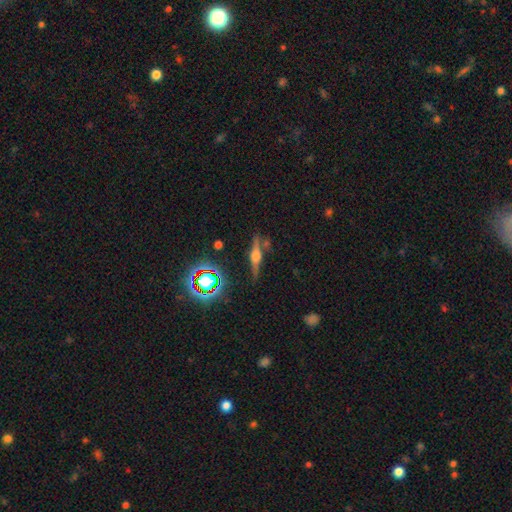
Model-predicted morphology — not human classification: smooth-or-featured: featured or disk: 67% | smooth: 20% | star or artifact: 13%
  disk-edge-on: yes: 94% | no: 6%
    edge-on-bulge: rounded: 85% | boxy: 12% | none: 3%
  merging: none: 76% | minor disturbance: 15% | major disturbance: 5% | merger: 4%